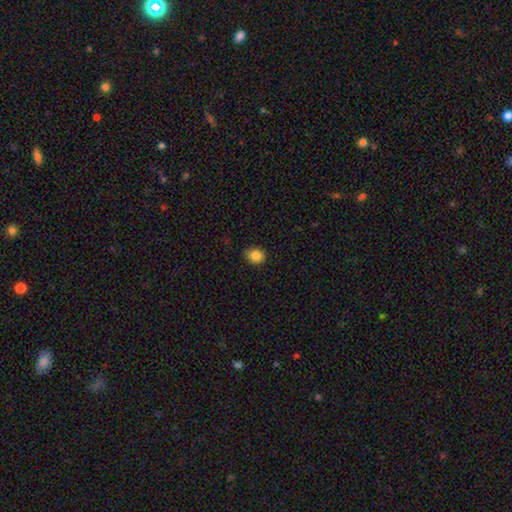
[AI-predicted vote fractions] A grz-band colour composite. It shows a smooth galaxy with no disk features (85%) that is round (77%). Merging: none (80%).